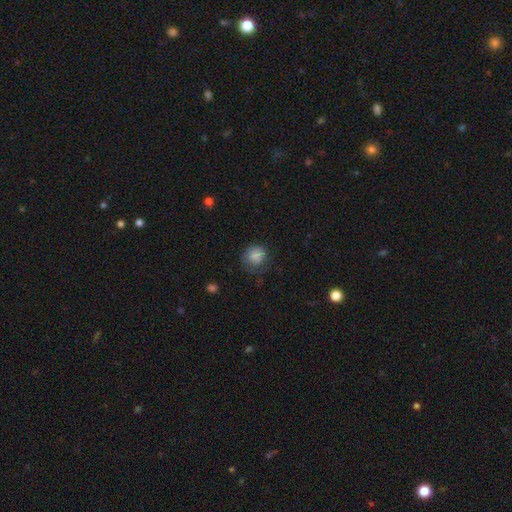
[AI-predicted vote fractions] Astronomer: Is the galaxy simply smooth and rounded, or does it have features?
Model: smooth — 84%.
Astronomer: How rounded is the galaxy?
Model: round — 82%.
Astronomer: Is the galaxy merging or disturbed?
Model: none — 62%.